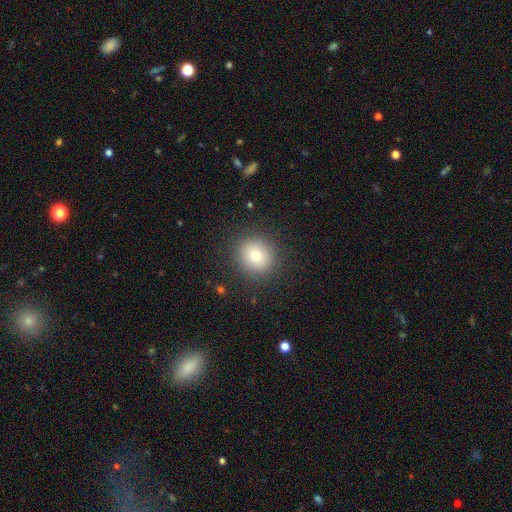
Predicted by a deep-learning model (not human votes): A smooth galaxy with no disk features (82%) that is round (81%).

Vote fractions:
- Smooth or featured? smooth: 82% / star or artifact: 10% / featured or disk: 8%
- How rounded? round: 81% / in between: 18% / cigar-shaped: 1%
- Merging? none: 88% / minor disturbance: 8% / major disturbance: 3% / merger: 1%